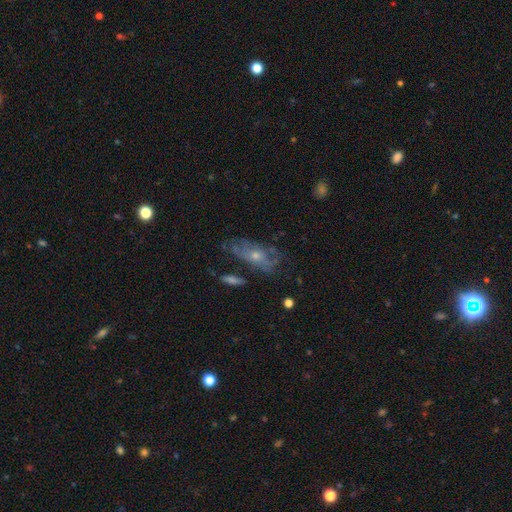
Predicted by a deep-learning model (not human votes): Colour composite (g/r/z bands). It shows a featured or disk galaxy (59%). Merging: none (55%).